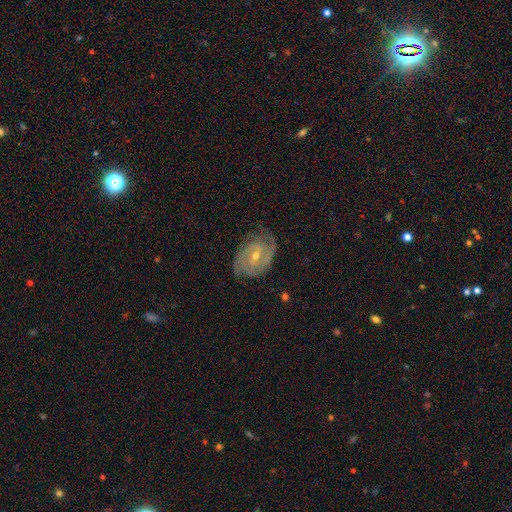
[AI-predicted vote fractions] Smooth or featured? featured or disk (84%)
Edge-on disk? no (97%)
Bar? no (44%)
Spiral arms? yes (96%)
Spiral winding? tight (61%)
Spiral arm count? 2 (60%)
Bulge size? small (55%)
Merging? none (75%)